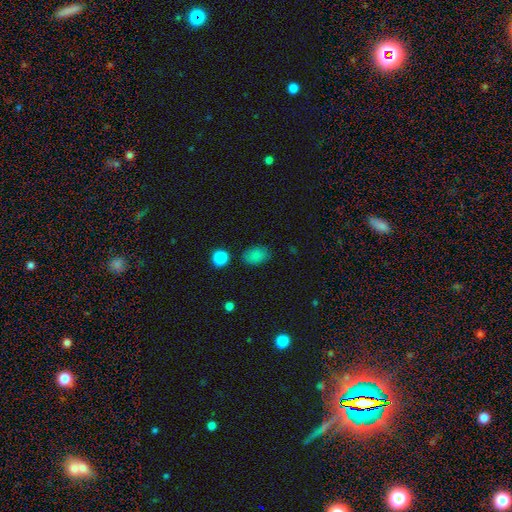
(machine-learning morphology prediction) type=smooth (83%); roundness=in between (78%); merging=none (81%).